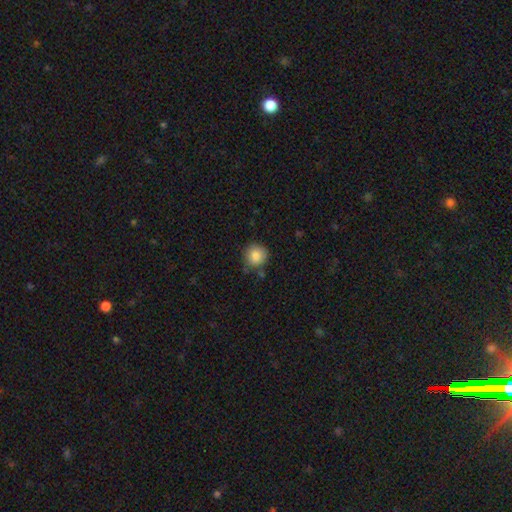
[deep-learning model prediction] smooth_or_featured: smooth (p=0.86) [alt: star or artifact p=0.09]
how_rounded: round (p=0.91) [alt: in between p=0.08]
merging: none (p=0.78) [alt: minor disturbance p=0.15]